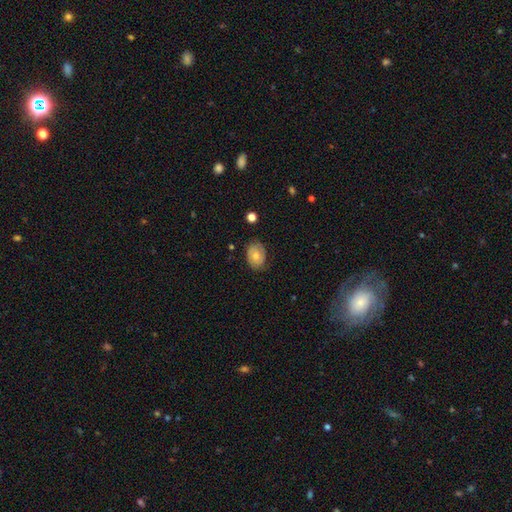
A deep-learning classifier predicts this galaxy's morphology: Smooth or featured?
  - featured or disk: 54% *
  - smooth: 38%
  - star or artifact: 8%
Edge-on disk?
  - no: 96% *
  - yes: 4%
Bar?
  - no: 73% *
  - weak: 23%
  - strong: 4%
Spiral arms?
  - yes: 82% *
  - no: 18%
Bulge size?
  - moderate: 57% *
  - small: 34%
  - large: 4%
  - none: 3%
  - dominant: 1%
Merging?
  - none: 74% *
  - minor disturbance: 19%
  - major disturbance: 5%
  - merger: 1%